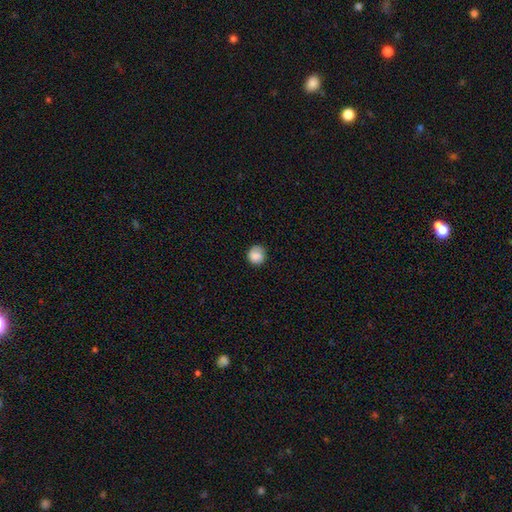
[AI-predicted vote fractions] smooth-or-featured: smooth: 85% | star or artifact: 8% | featured or disk: 8%
  how-rounded: round: 88% | in between: 11% | cigar-shaped: 1%
  merging: none: 77% | minor disturbance: 18% | major disturbance: 4% | merger: 1%